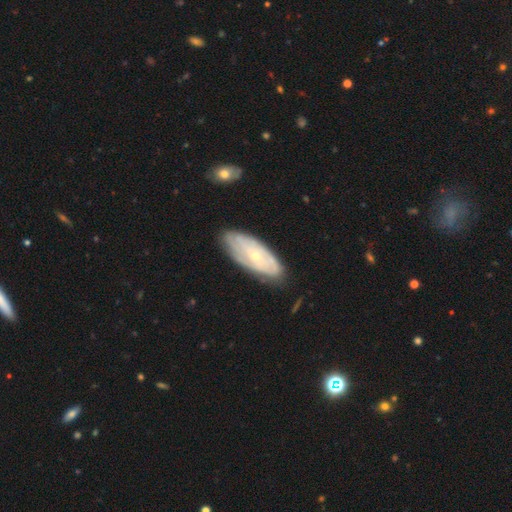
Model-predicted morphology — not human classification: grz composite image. It shows a featured or disk galaxy (64%) with no bar (82%), spiral arms (71%) and a small central bulge (73%). Merging: none (77%).